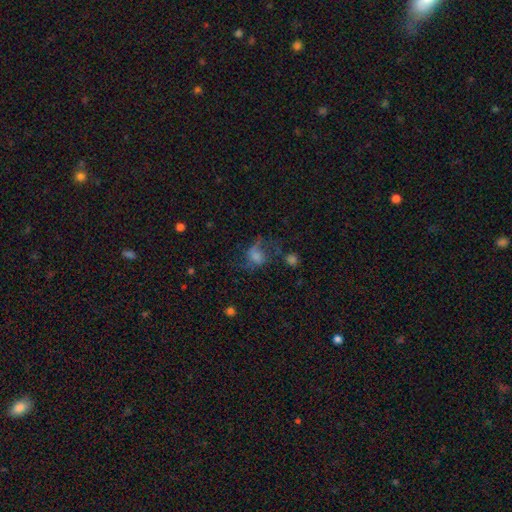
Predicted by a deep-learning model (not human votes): Morphology: type=smooth (41%); merging=none (37%).